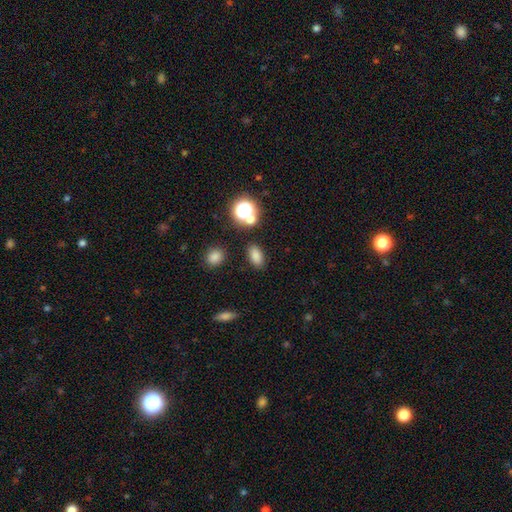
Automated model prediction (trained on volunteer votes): Q: Smooth or featured?
A: smooth (79%); runner-up: star or artifact (15%)
Q: How rounded?
A: in between (84%); runner-up: round (12%)
Q: Merging?
A: none (85%); runner-up: minor disturbance (8%)